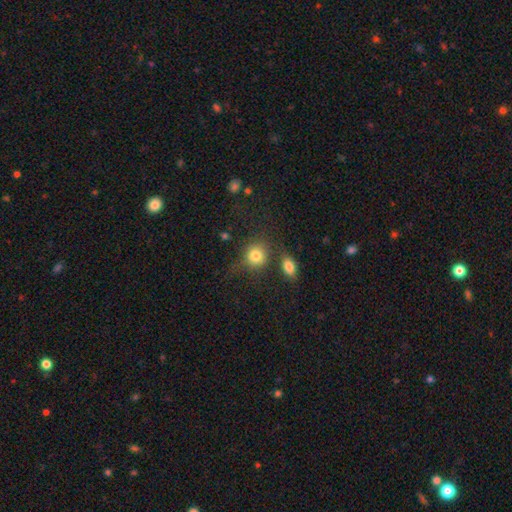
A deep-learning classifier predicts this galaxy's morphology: This appears to be a smooth galaxy with no disk features (80%) that is round (76%). Merging: none (61%).